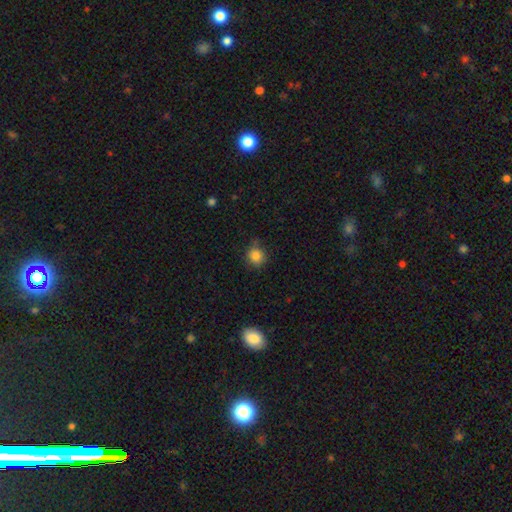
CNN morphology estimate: This appears to be a smooth galaxy with no disk features (83%) that is round (86%). Merging: none (76%).